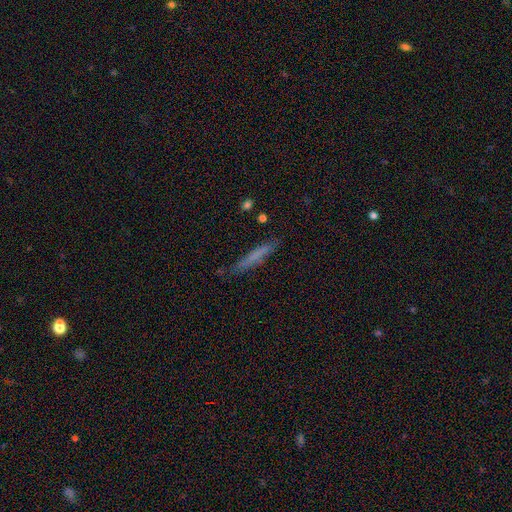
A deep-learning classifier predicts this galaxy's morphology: Q: Smooth or featured?
A: smooth (64%); runner-up: featured or disk (28%)
Q: How rounded?
A: cigar-shaped (94%); runner-up: in between (5%)
Q: Merging?
A: none (80%); runner-up: minor disturbance (15%)